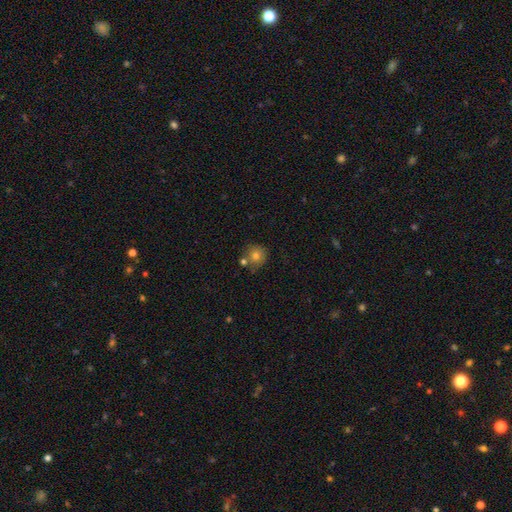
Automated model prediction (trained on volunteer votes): Smooth or featured? Predicted: smooth (p=0.76). How rounded? Predicted: round (p=0.90). Merging? Predicted: none (p=0.64).